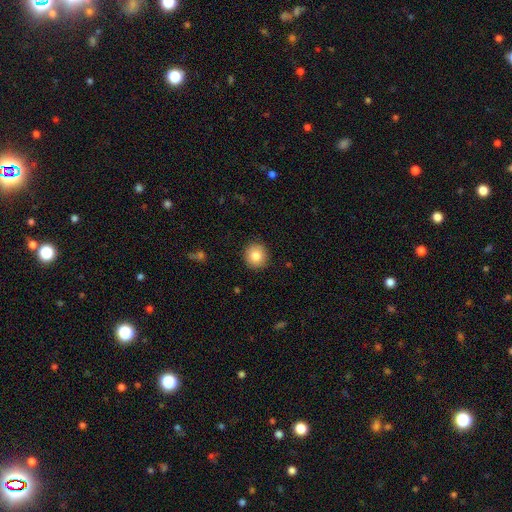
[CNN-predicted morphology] smooth 84%, star or artifact 9%, featured or disk 8%. Down the decision tree: how rounded — round (92%); merging — none (91%).